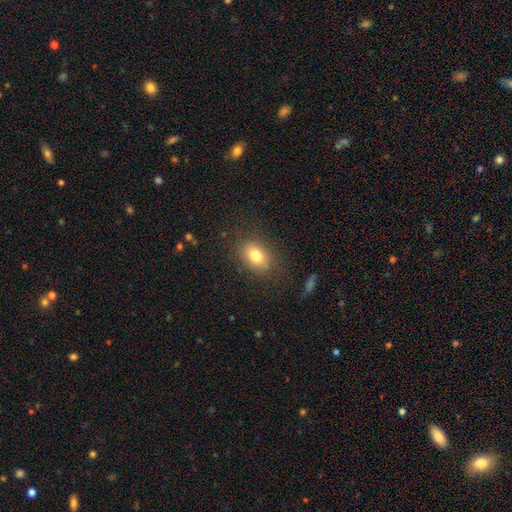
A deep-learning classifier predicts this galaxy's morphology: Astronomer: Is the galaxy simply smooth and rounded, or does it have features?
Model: smooth — 79%.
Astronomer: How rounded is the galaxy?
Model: in between — 74%.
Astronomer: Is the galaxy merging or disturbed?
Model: none — 81%.